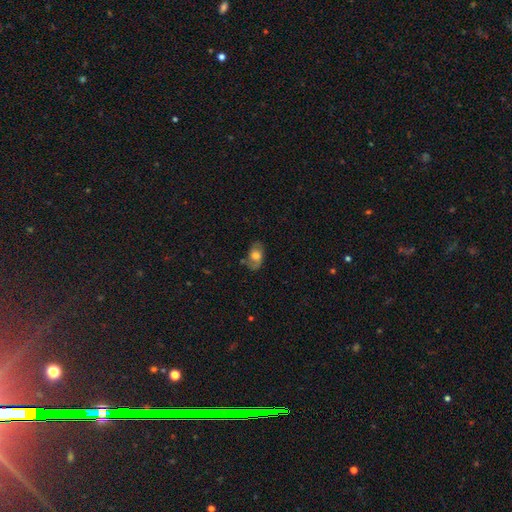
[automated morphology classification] Smooth or featured? smooth (54%)
How rounded? in between (86%)
Merging? none (67%)